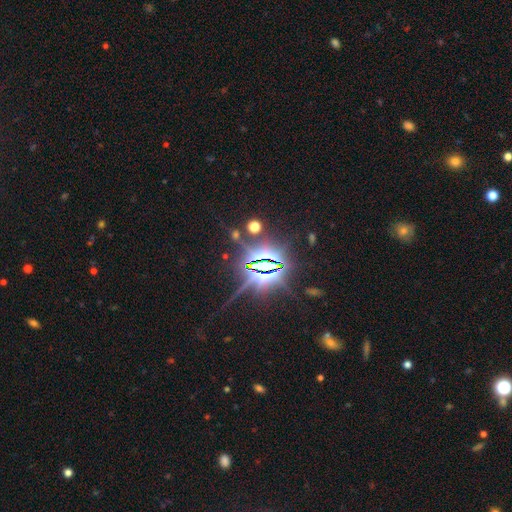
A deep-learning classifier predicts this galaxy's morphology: smooth_or_featured: star or artifact (p=0.87) [alt: smooth p=0.07]